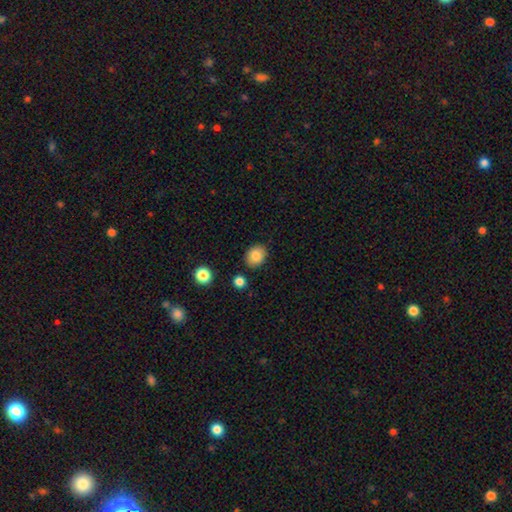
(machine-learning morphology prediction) Smooth or featured? smooth (84%)
How rounded? in between (50%)
Merging? none (86%)